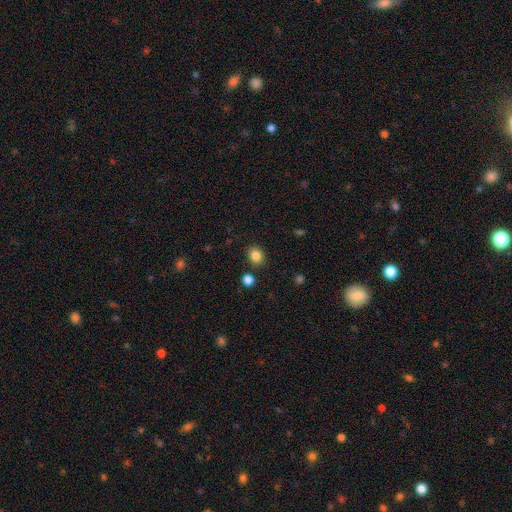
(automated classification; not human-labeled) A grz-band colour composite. It shows a smooth galaxy with no disk features (84%) that is round (71%). Merging: none (86%).